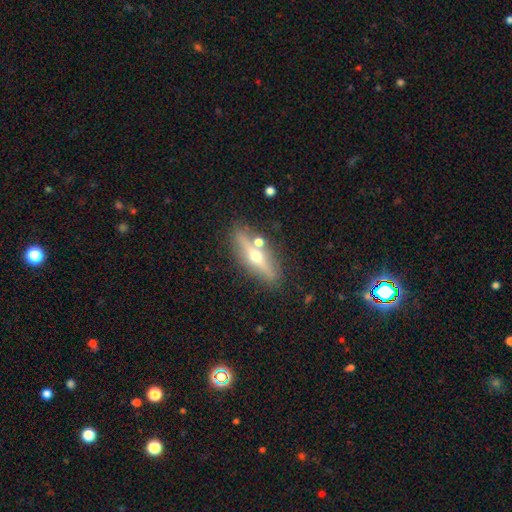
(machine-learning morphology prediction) featured or disk 67%, smooth 26%, star or artifact 7%. Down the decision tree: edge-on disk — yes (91%); edge-on bulge — rounded (96%); merging — none (82%).